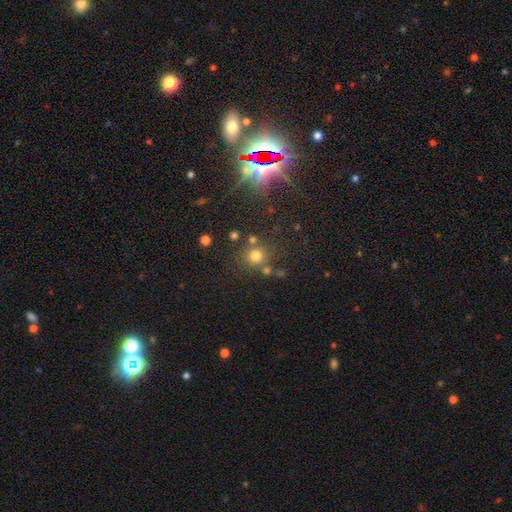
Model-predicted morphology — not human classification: Smooth or featured: smooth — 72% (star or artifact — 19%)
How rounded: round — 86% (in between — 13%)
Merging: none — 72% (merger — 12%)